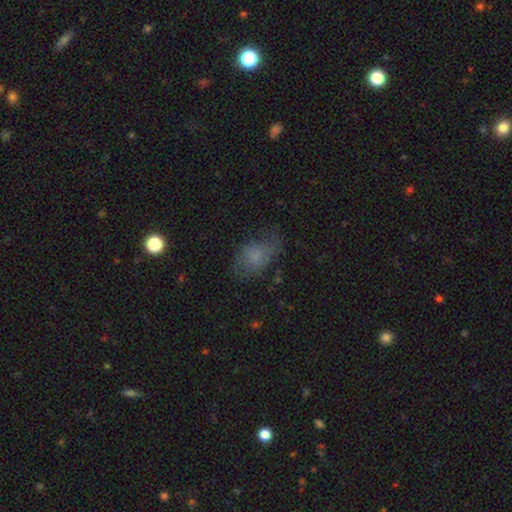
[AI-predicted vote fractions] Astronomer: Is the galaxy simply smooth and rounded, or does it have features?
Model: smooth — 62%.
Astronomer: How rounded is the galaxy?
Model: in between — 82%.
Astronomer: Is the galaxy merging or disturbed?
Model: none — 53%.